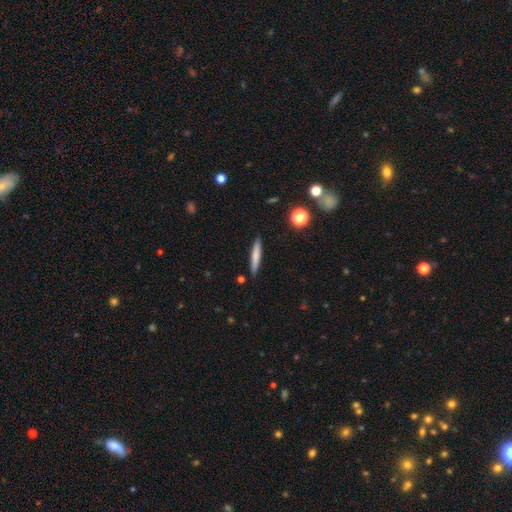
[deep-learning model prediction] This appears to be a smooth galaxy with no disk features (71%) that is cigar-shaped (93%). Merging: none (89%).